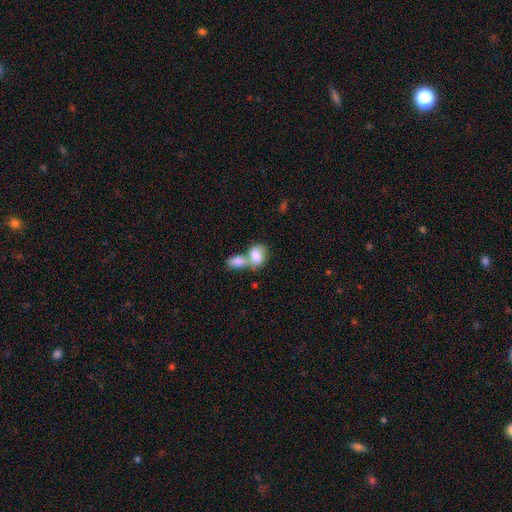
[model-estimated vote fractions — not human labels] A smooth galaxy with no disk features (79%) that is in between round and cigar-shaped (80%). Merging: merger (70%).